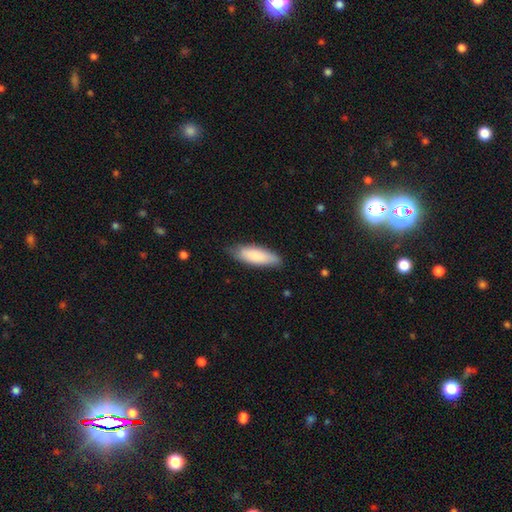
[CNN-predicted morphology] A smooth galaxy with no disk features (85%) that is in between round and cigar-shaped (59%).

Vote fractions:
- Smooth or featured? smooth: 85% / featured or disk: 10% / star or artifact: 5%
- How rounded? in between: 59% / cigar-shaped: 40% / round: 1%
- Merging? none: 79% / minor disturbance: 17% / major disturbance: 3% / merger: 1%